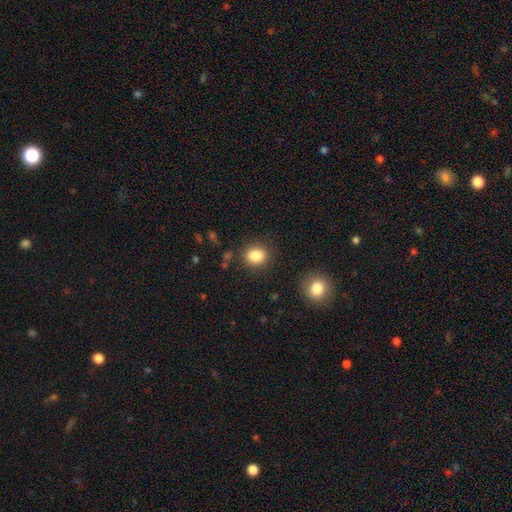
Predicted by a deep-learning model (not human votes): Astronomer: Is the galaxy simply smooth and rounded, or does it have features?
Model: smooth — 85%.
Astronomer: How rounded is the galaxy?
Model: round — 69%.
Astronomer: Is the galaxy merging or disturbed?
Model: none — 86%.